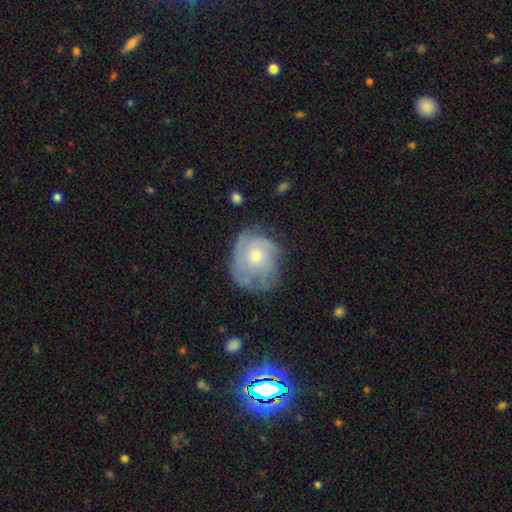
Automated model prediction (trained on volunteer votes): Q: Smooth or featured?
A: featured or disk (59%); runner-up: smooth (33%)
Q: Edge-on disk?
A: no (97%); runner-up: yes (3%)
Q: Bar?
A: no (84%); runner-up: weak (14%)
Q: Spiral arms?
A: yes (72%); runner-up: no (28%)
Q: Bulge size?
A: small (50%); runner-up: moderate (45%)
Q: Merging?
A: none (56%); runner-up: minor disturbance (27%)